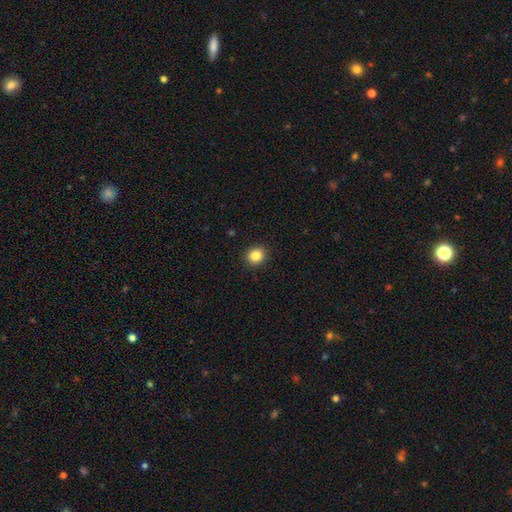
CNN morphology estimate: Smooth or featured? smooth (85%)
How rounded? round (78%)
Merging? none (91%)